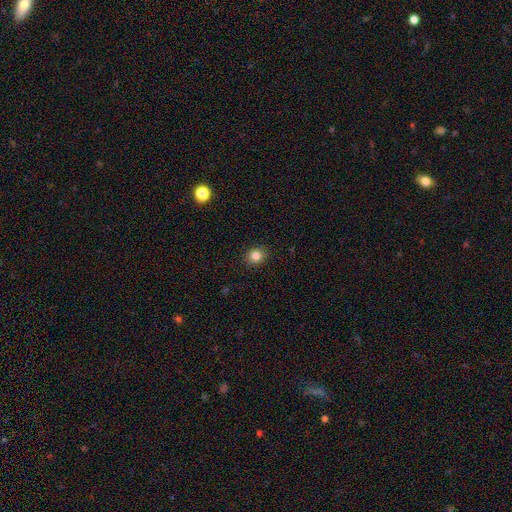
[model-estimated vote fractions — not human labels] smooth 84%, star or artifact 12%, featured or disk 4%. Down the decision tree: how rounded — round (76%); merging — none (91%).